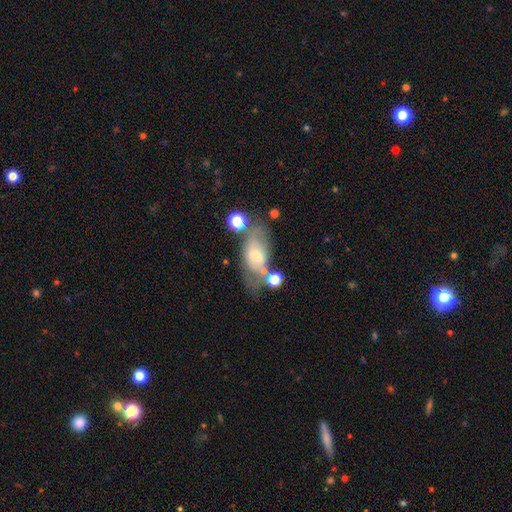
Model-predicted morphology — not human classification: Smooth or featured? featured or disk (46%)
Merging? none (46%)